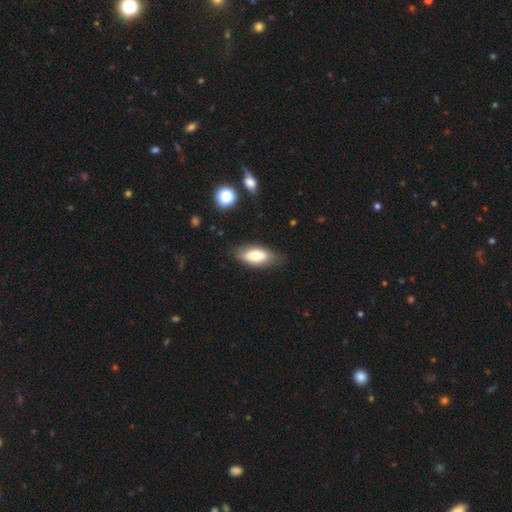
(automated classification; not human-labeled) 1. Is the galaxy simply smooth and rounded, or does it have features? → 71% smooth, 22% featured or disk, 7% star or artifact.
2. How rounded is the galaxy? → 89% in between, 8% cigar-shaped, 3% round.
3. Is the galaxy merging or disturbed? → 79% none, 15% minor disturbance, 4% major disturbance, 2% merger.